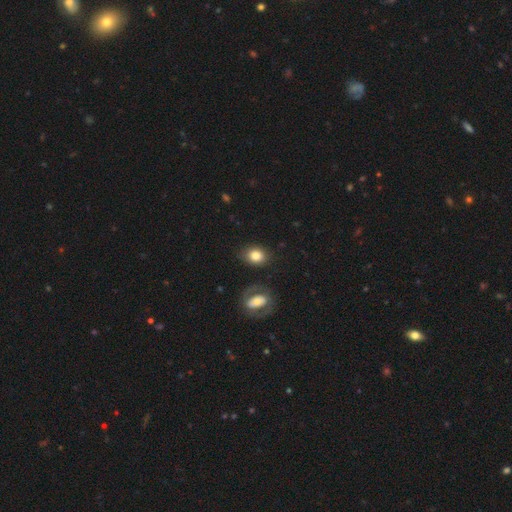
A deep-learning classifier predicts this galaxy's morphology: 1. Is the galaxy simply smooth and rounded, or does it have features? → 80% smooth, 12% featured or disk, 8% star or artifact.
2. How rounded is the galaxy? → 53% in between, 45% round, 1% cigar-shaped.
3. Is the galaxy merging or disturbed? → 79% none, 12% minor disturbance, 4% major disturbance, 4% merger.